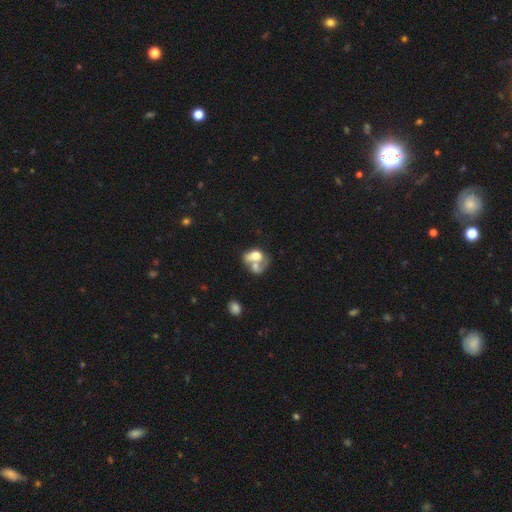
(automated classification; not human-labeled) Smooth or featured?
  - smooth: 60% *
  - featured or disk: 31%
  - star or artifact: 9%
How rounded?
  - in between: 66% *
  - round: 32%
  - cigar-shaped: 2%
Merging?
  - merger: 67% *
  - none: 15%
  - major disturbance: 11%
  - minor disturbance: 8%